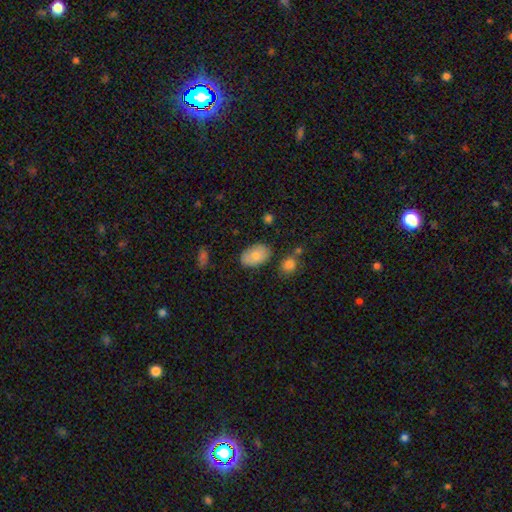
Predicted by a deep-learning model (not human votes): Morphology: type=smooth (76%); roundness=in between (89%); merging=none (75%).